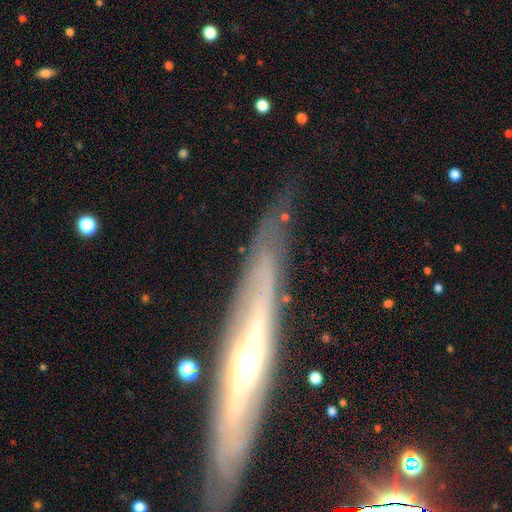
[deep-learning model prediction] This appears to be a featured or disk galaxy (76%) viewed edge-on (73%) with a rounded central bulge (76%). Merging: none (75%).